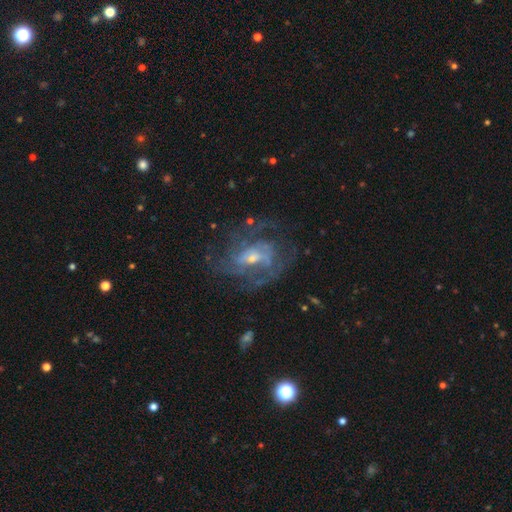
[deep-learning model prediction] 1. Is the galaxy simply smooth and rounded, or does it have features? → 81% featured or disk, 10% smooth, 9% star or artifact.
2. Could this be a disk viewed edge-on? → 96% no, 4% yes.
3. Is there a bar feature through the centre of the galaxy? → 46% weak, 38% no, 15% strong.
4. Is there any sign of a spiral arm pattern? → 87% yes, 13% no.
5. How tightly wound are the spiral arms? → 44% medium, 41% tight, 15% loose.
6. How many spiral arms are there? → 36% can't tell, 27% 2, 19% 3, 8% 4, 5% 1, 5% more than 4.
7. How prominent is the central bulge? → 56% small, 36% moderate, 4% none, 3% large, 1% dominant.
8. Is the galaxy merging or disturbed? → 65% none, 17% minor disturbance, 16% major disturbance, 2% merger.